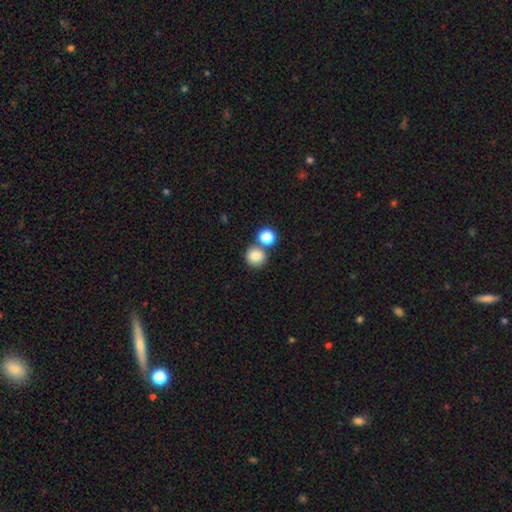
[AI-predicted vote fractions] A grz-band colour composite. It shows a smooth galaxy with no disk features (83%) that is round (90%). Merging: none (64%).